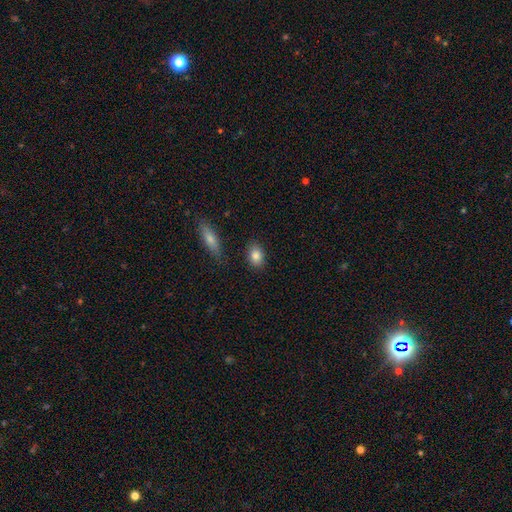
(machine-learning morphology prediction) smooth 85%, star or artifact 8%, featured or disk 7%. Down the decision tree: how rounded — in between (76%); merging — none (85%).